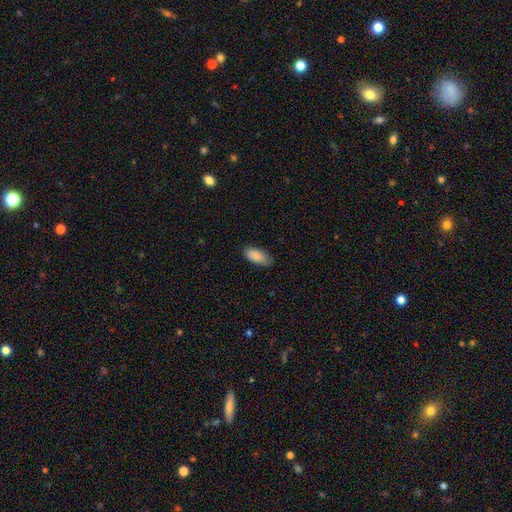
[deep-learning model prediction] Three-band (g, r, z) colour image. It shows a smooth galaxy with no disk features (88%) that is in between round and cigar-shaped (90%). Merging: none (75%).